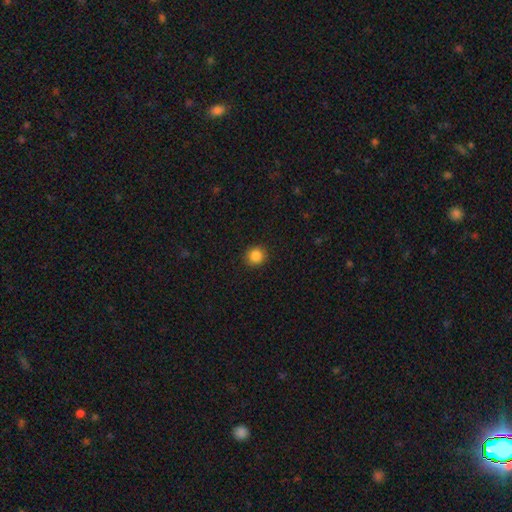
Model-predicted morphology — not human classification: The model was most divided on "smooth or featured": smooth: 86%, star or artifact: 10%, featured or disk: 4%. More confident: merging — none (92%); how rounded — round (90%).